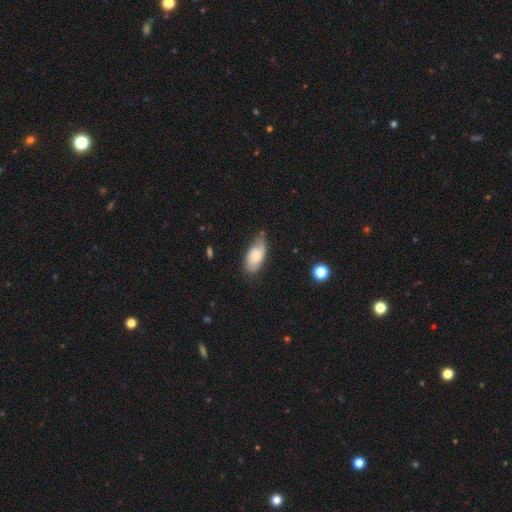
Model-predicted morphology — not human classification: Overall: featured or disk (48%; smooth 45%). Merging: none (61%; minor disturbance 30%).